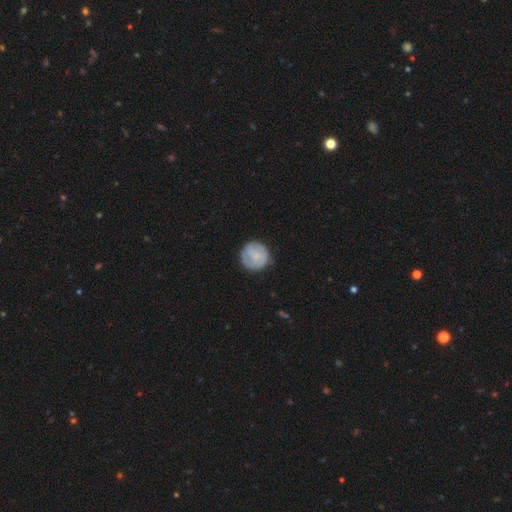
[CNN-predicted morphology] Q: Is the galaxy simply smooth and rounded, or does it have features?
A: smooth — 64%.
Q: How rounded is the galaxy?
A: round — 94%.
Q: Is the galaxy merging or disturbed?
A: none — 79%.